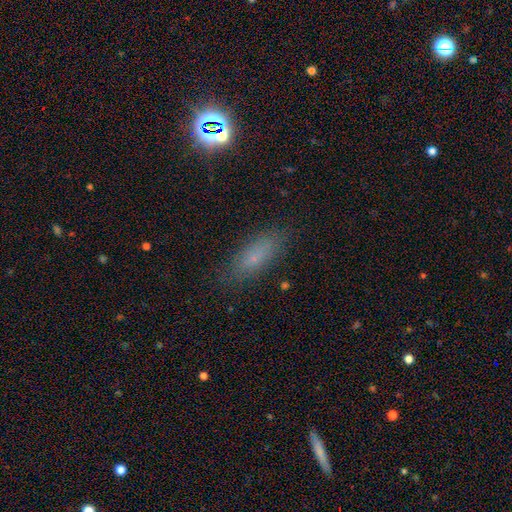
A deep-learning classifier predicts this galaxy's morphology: Smooth or featured? Predicted: smooth (p=0.70). How rounded? Predicted: in between (p=0.64). Merging? Predicted: none (p=0.82).